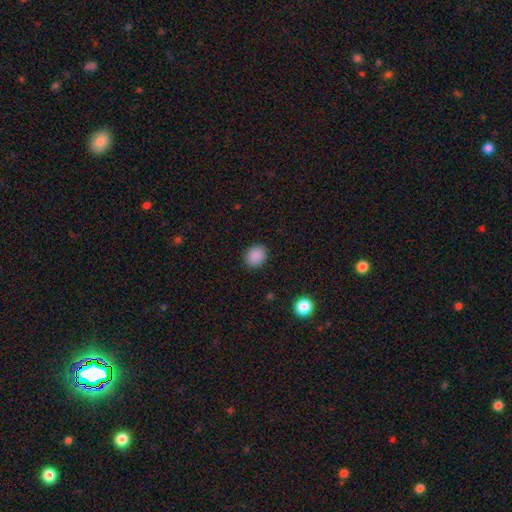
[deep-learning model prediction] Q: Smooth or featured?
A: smooth (89%); runner-up: star or artifact (9%)
Q: How rounded?
A: round (56%); runner-up: in between (43%)
Q: Merging?
A: none (89%); runner-up: minor disturbance (8%)